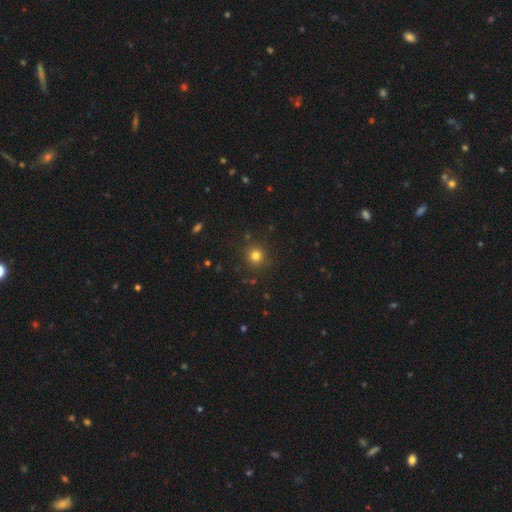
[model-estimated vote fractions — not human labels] smooth 78%, star or artifact 16%, featured or disk 6%. Down the decision tree: how rounded — round (93%); merging — none (88%).